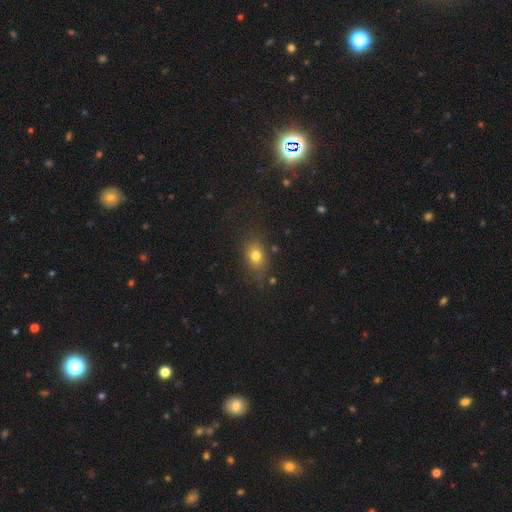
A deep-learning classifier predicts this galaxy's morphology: Smooth or featured? Predicted: smooth (p=0.76). How rounded? Predicted: in between (p=0.65). Merging? Predicted: none (p=0.74).